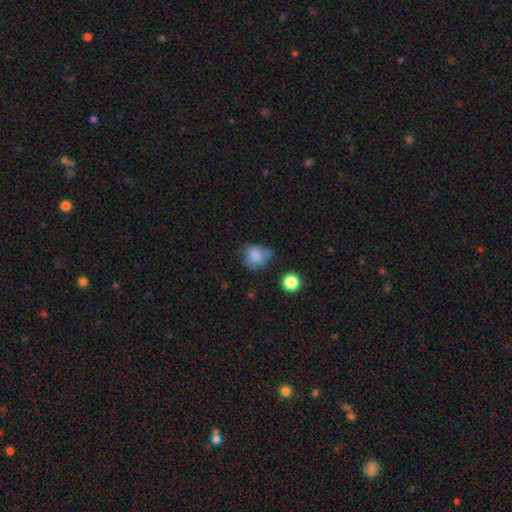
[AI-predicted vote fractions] Smooth or featured? Predicted: smooth (p=0.79). How rounded? Predicted: round (p=0.66). Merging? Predicted: none (p=0.47).